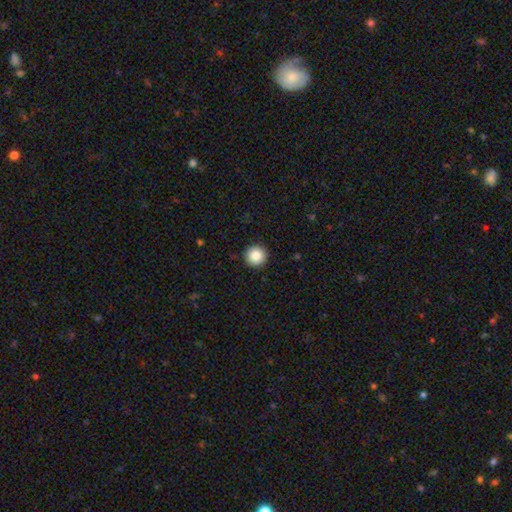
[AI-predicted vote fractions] Q: Smooth or featured?
A: smooth (87%); runner-up: star or artifact (9%)
Q: How rounded?
A: round (96%); runner-up: in between (3%)
Q: Merging?
A: none (93%); runner-up: minor disturbance (5%)